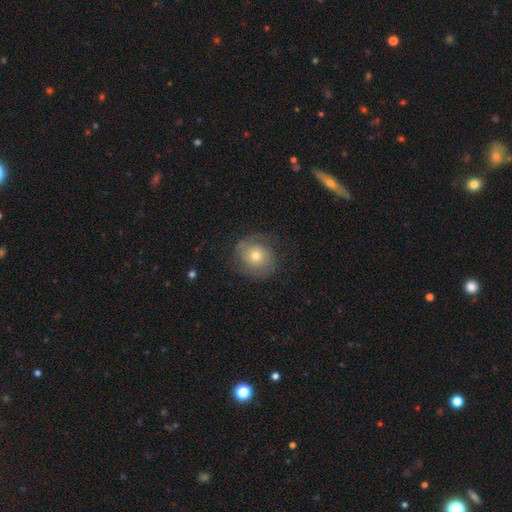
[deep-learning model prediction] smooth_or_featured: featured or disk (p=0.62) [alt: smooth p=0.29]
disk_edge_on: no (p=0.97) [alt: yes p=0.03]
bar: no (p=0.82) [alt: weak p=0.15]
has_spiral_arms: yes (p=0.85) [alt: no p=0.15]
spiral_winding: tight (p=0.46) [alt: medium p=0.37]
spiral_arm_count: 2 (p=0.74) [alt: can't tell p=0.14]
bulge_size: moderate (p=0.50) [alt: small p=0.44]
merging: none (p=0.72) [alt: minor disturbance p=0.17]